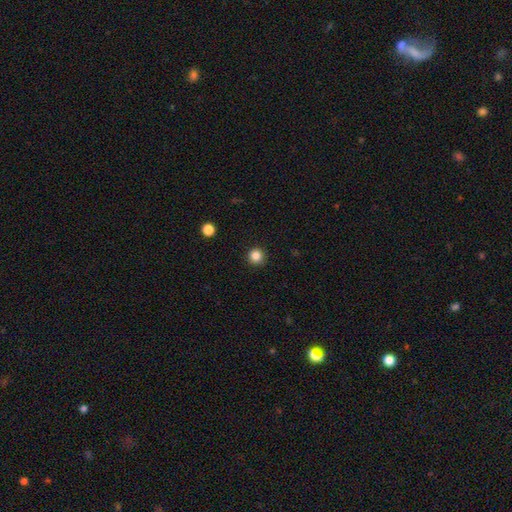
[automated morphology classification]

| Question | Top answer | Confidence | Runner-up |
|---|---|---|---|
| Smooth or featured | smooth | 85% | star or artifact (12%) |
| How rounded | round | 95% | in between (4%) |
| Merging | none | 92% | minor disturbance (5%) |